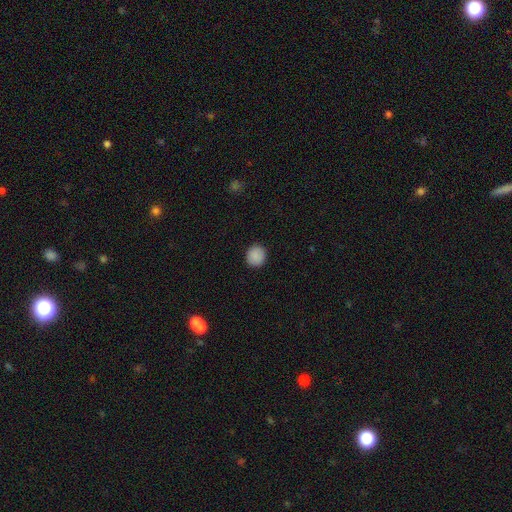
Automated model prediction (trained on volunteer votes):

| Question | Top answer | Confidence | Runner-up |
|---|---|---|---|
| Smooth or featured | smooth | 89% | star or artifact (8%) |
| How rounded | round | 92% | in between (7%) |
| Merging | none | 92% | minor disturbance (5%) |